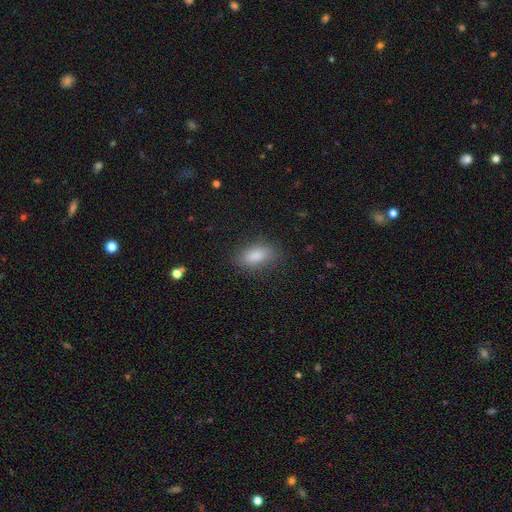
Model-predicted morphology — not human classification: A smooth galaxy with no disk features (85%) that is in between round and cigar-shaped (88%).

Vote fractions:
- Smooth or featured? smooth: 85% / star or artifact: 8% / featured or disk: 7%
- How rounded? in between: 88% / round: 7% / cigar-shaped: 6%
- Merging? none: 82% / minor disturbance: 12% / major disturbance: 4% / merger: 1%